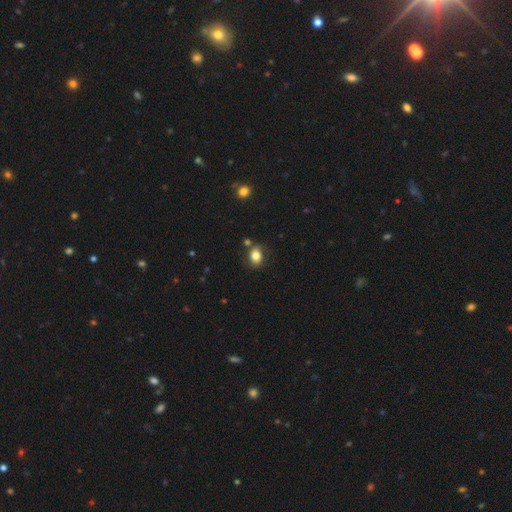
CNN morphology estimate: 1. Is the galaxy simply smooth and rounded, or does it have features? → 82% smooth, 10% star or artifact, 8% featured or disk.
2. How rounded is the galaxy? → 61% in between, 38% round, 1% cigar-shaped.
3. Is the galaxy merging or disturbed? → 75% none, 14% minor disturbance, 7% merger, 4% major disturbance.